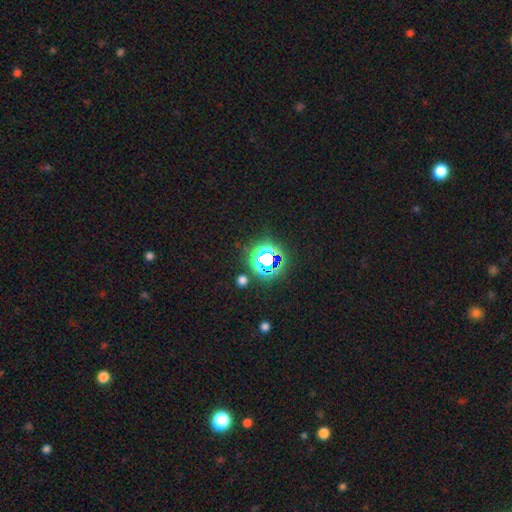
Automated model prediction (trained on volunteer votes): Smooth or featured? star or artifact (68%)